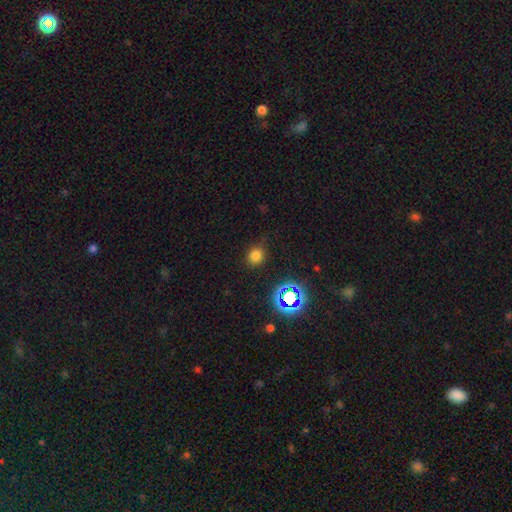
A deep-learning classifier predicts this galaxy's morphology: This appears to be a smooth galaxy with no disk features (73%) that is round (73%). Merging: none (82%).